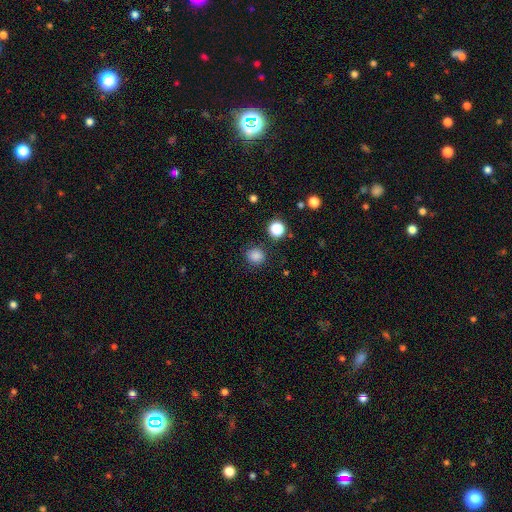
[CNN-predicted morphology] smooth 84%, star or artifact 12%, featured or disk 4%. Down the decision tree: how rounded — round (84%); merging — none (86%).